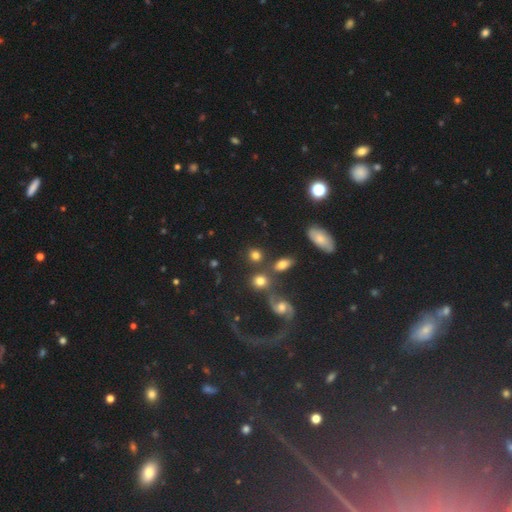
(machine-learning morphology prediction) smooth_or_featured: smooth (p=0.73) [alt: featured or disk p=0.14]
how_rounded: round (p=0.76) [alt: in between p=0.22]
merging: none (p=0.69) [alt: merger p=0.14]